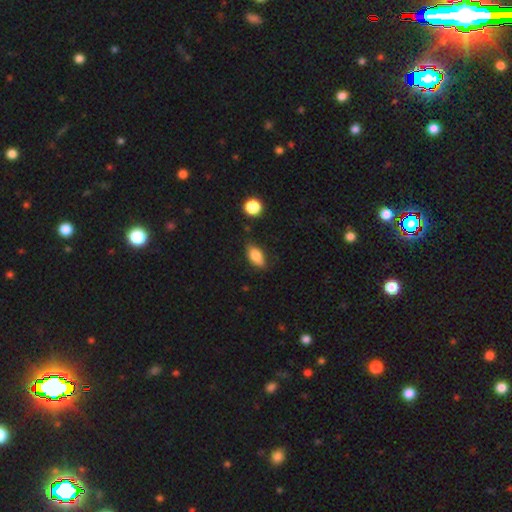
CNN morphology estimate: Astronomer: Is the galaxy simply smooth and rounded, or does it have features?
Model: smooth — 82%.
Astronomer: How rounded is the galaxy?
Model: in between — 87%.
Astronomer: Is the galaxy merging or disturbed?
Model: none — 77%.